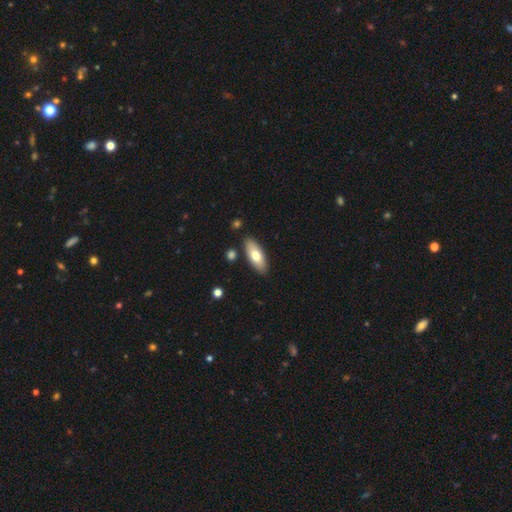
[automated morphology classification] smooth-or-featured: smooth: 69% | featured or disk: 25% | star or artifact: 6%
  how-rounded: in between: 77% | cigar-shaped: 21% | round: 2%
  merging: none: 86% | minor disturbance: 9% | merger: 3% | major disturbance: 2%